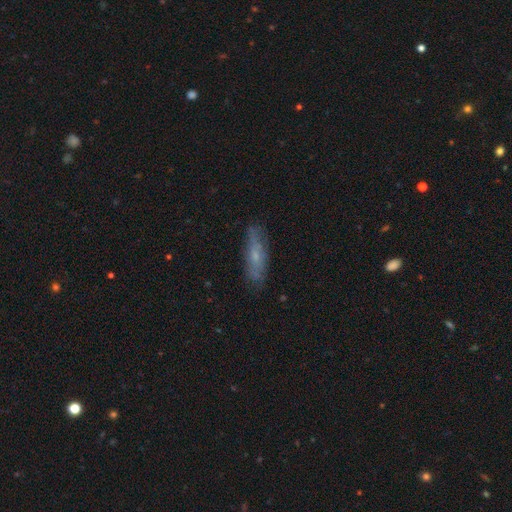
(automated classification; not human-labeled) smooth_or_featured: smooth (p=0.49) [alt: featured or disk p=0.43]
merging: none (p=0.76) [alt: minor disturbance p=0.18]